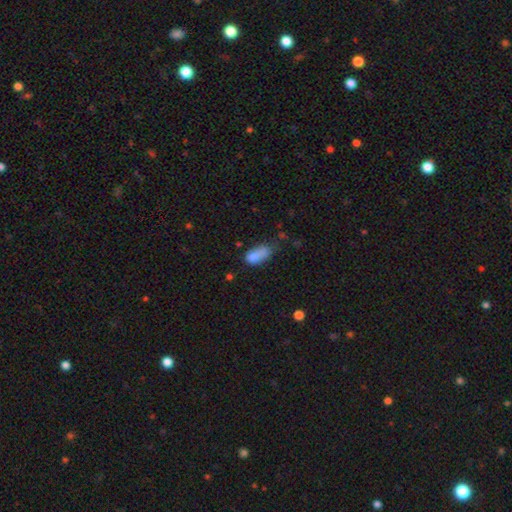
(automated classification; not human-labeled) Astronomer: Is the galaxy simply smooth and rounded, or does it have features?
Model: smooth — 76%.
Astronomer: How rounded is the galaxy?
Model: in between — 85%.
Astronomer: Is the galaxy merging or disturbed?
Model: minor disturbance — 31% (runner-up: none, 28%).